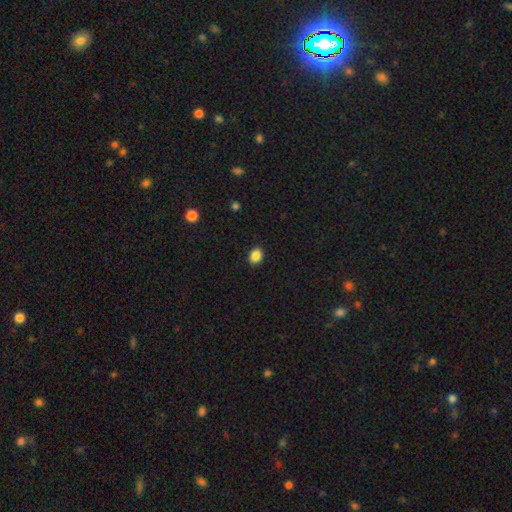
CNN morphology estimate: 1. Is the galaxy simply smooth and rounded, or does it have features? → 87% smooth, 10% star or artifact, 3% featured or disk.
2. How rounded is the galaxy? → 52% in between, 47% round, 1% cigar-shaped.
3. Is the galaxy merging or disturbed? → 90% none, 7% minor disturbance, 2% major disturbance, 1% merger.